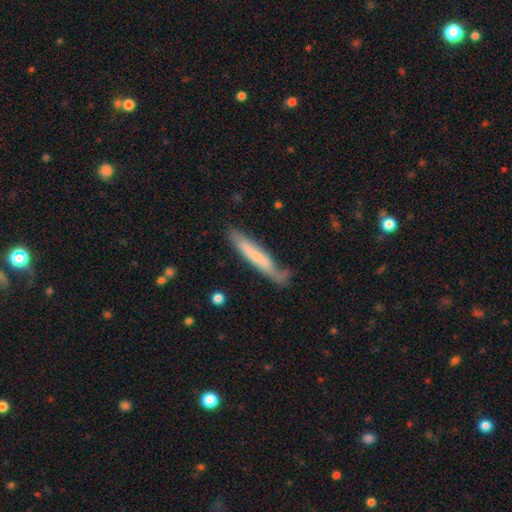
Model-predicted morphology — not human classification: Smooth or featured? smooth (59%)
How rounded? cigar-shaped (93%)
Merging? none (65%)